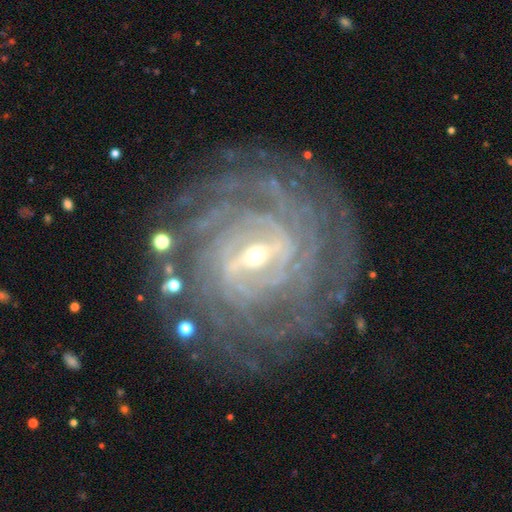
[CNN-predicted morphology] smooth-or-featured: featured or disk: 91% | star or artifact: 5% | smooth: 4%
  disk-edge-on: no: 97% | yes: 3%
    bar: strong: 48% | weak: 41% | no: 11%
    has-spiral-arms: yes: 97% | no: 3%
      spiral-winding: tight: 84% | medium: 13% | loose: 3%
      spiral-arm-count: can't tell: 25% (tied) | more than 4: 25% (tied) | 4: 22% | 3: 11% | 2: 10% | 1: 8%
    bulge-size: small: 63% | moderate: 34% | large: 2% | none: 1% | dominant: 1%
  merging: none: 83% | minor disturbance: 11% | major disturbance: 4% | merger: 2%